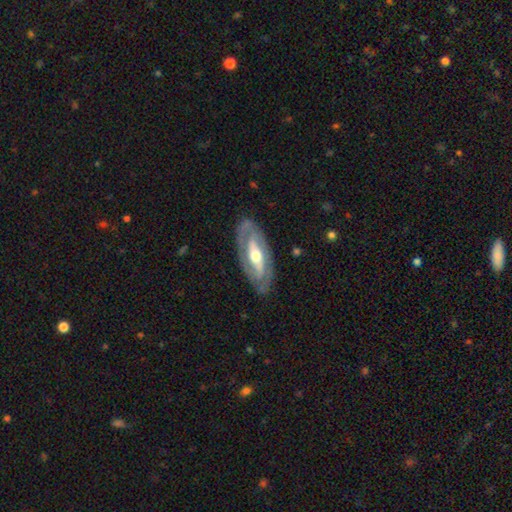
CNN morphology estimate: Q: Smooth or featured?
A: featured or disk (76%); runner-up: smooth (19%)
Q: Edge-on disk?
A: no (86%); runner-up: yes (14%)
Q: Bar?
A: strong (39%); runner-up: no (34%)
Q: Spiral arms?
A: yes (64%); runner-up: no (36%)
Q: Bulge size?
A: moderate (69%); runner-up: small (18%)
Q: Merging?
A: none (82%); runner-up: minor disturbance (13%)